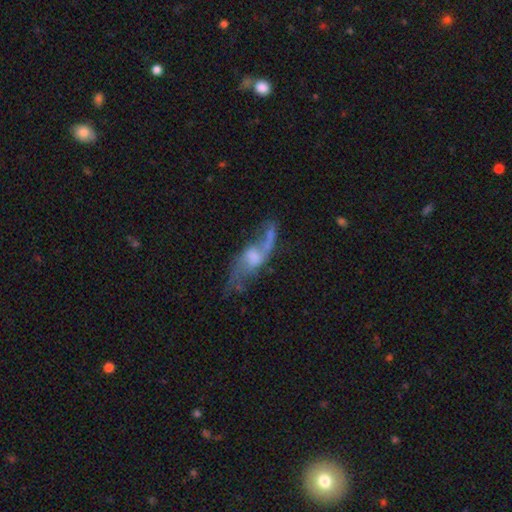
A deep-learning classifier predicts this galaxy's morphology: featured or disk 78%, smooth 14%, star or artifact 8%. Down the decision tree: edge-on disk — no (81%); bar — no (47%); spiral arms — yes (87%); spiral arm count — 2 (83%); spiral winding — loose (77%); bulge size — moderate (38%); merging — none (54%).